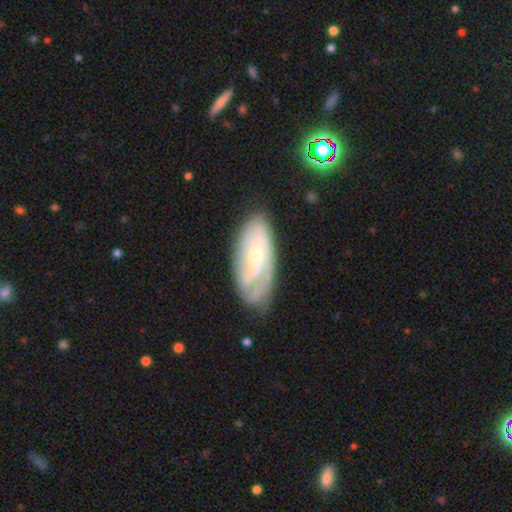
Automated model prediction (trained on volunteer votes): This appears to be a featured or disk galaxy (72%) with no bar (62%), tight (52%) spiral arms (88%) and a small central bulge (58%). Merging: none (65%).